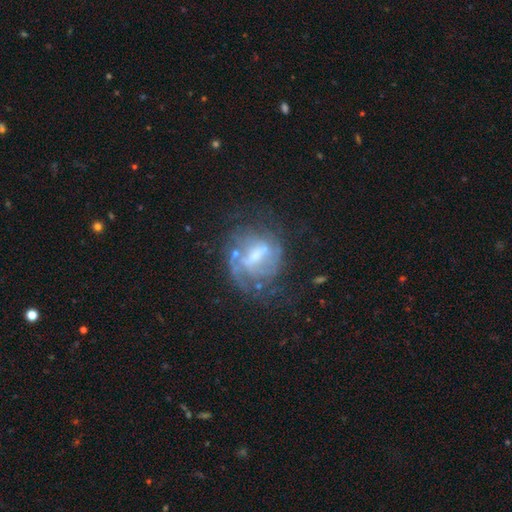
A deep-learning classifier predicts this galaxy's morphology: Smooth or featured? featured or disk (72%)
Edge-on disk? no (96%)
Bar? weak (47%)
Spiral arms? yes (69%)
Bulge size? small (41%)
Merging? none (48%)